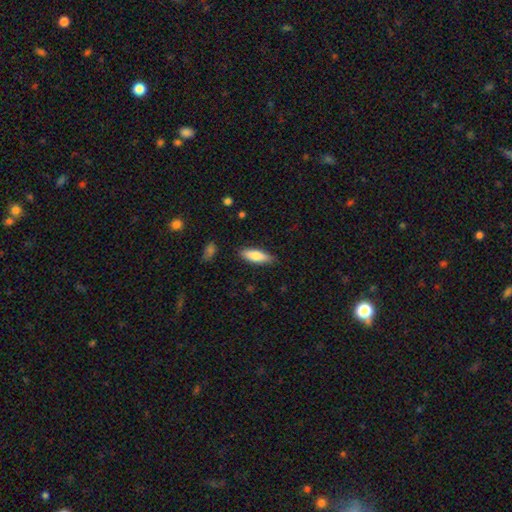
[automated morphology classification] A smooth galaxy with no disk features (78%) that is in between round and cigar-shaped (57%).

Vote fractions:
- Smooth or featured? smooth: 78% / featured or disk: 16% / star or artifact: 6%
- How rounded? in between: 57% / cigar-shaped: 41% / round: 2%
- Merging? none: 85% / minor disturbance: 11% / major disturbance: 2% / merger: 2%